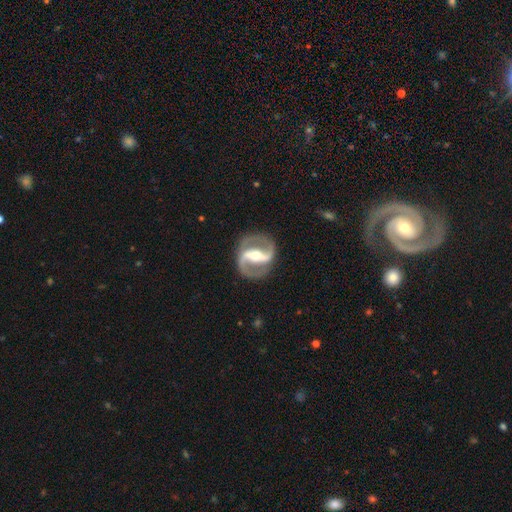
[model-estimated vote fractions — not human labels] smooth-or-featured: featured or disk: 90% | smooth: 6% | star or artifact: 4%
  disk-edge-on: no: 96% | yes: 4%
    bar: strong: 72% | weak: 20% | no: 9%
    has-spiral-arms: yes: 93% | no: 7%
      spiral-winding: medium: 53% | tight: 26% | loose: 21%
      spiral-arm-count: 2: 93% | can't tell: 2% | 1: 2% | 3: 1% | 4: 1% | more than 4: 1%
    bulge-size: moderate: 62% | small: 28% | large: 7% | none: 1% | dominant: 1%
  merging: none: 86% | minor disturbance: 9% | major disturbance: 4% | merger: 1%